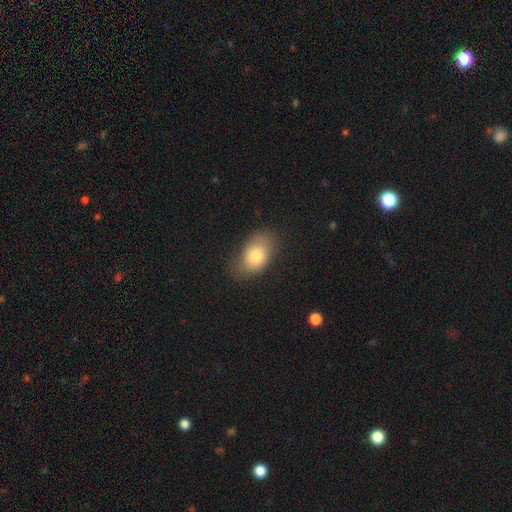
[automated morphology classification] type=smooth (77%); roundness=in between (85%); merging=none (70%).